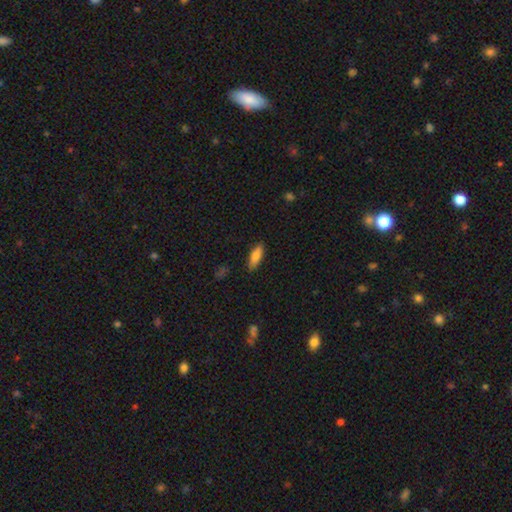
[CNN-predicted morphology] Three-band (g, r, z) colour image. It shows a smooth galaxy with no disk features (83%) that is in between round and cigar-shaped (62%). Merging: none (85%).